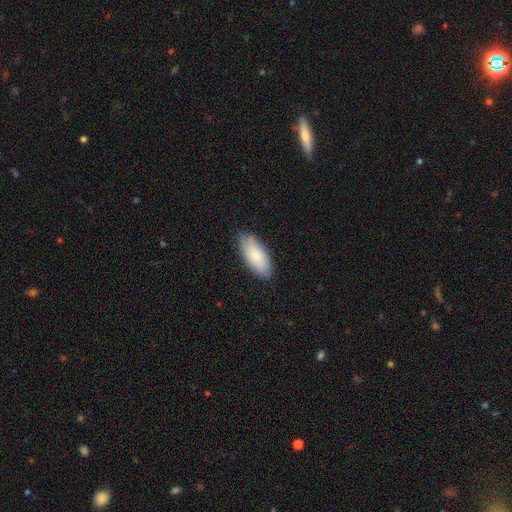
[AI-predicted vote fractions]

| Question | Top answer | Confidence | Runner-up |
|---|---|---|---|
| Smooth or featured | smooth | 81% | featured or disk (13%) |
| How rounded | in between | 84% | cigar-shaped (14%) |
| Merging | none | 84% | minor disturbance (13%) |